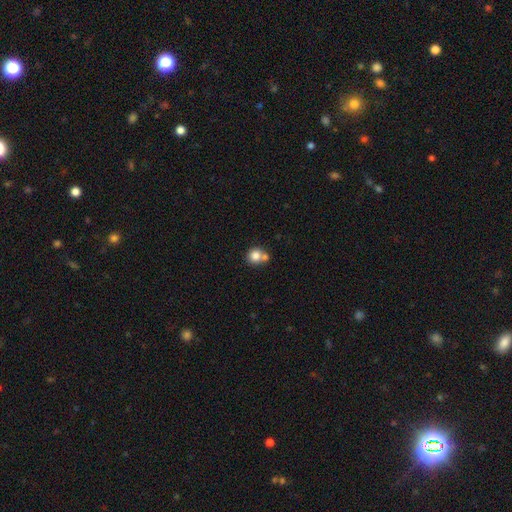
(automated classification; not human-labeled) This appears to be a smooth galaxy with no disk features (81%) that is round (88%). Merging: none (49%).